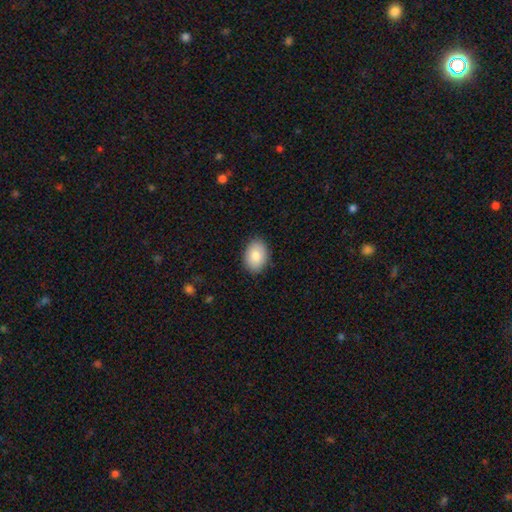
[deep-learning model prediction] Smooth or featured: smooth — 84% (featured or disk — 9%)
How rounded: in between — 80% (round — 19%)
Merging: none — 88% (minor disturbance — 9%)